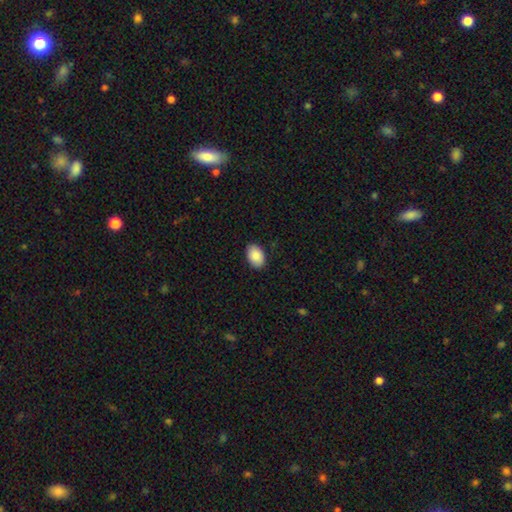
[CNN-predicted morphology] Smooth or featured? smooth (90%)
How rounded? in between (89%)
Merging? none (89%)